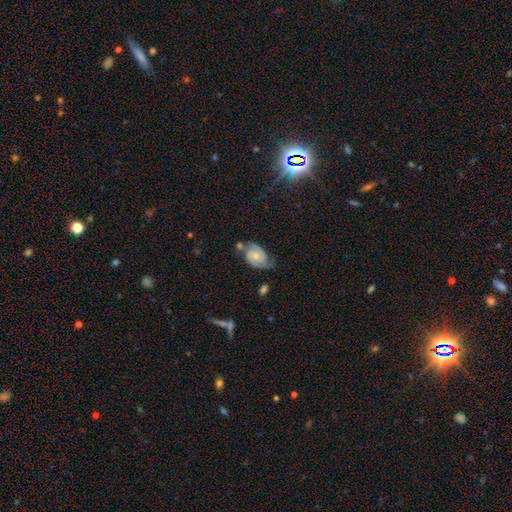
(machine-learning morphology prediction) The model was most divided on "spiral winding": medium: 44%, tight: 40%, loose: 16%. Remaining: edge-on disk — no (97%); spiral arms — yes (93%); spiral arm count — 2 (84%); smooth or featured — featured or disk (71%); bar — no (62%); merging — none (54%); bulge size — small (49%).